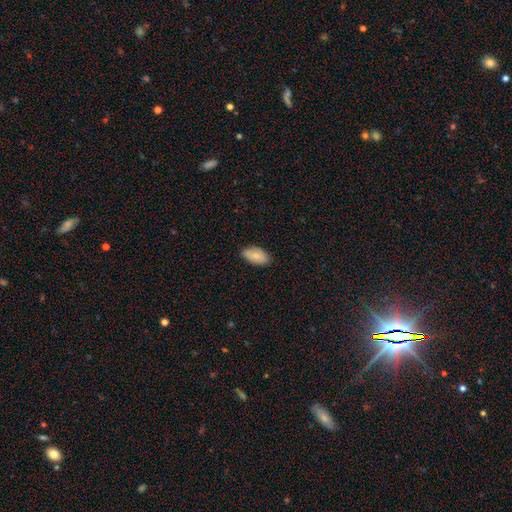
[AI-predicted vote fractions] Overall: smooth (76%). How rounded: in between (94%). Merging: none (84%).